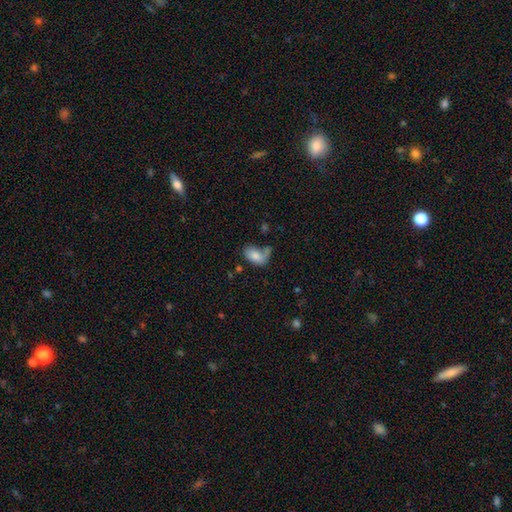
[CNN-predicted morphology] A smooth galaxy with no disk features (79%) that is in between round and cigar-shaped (92%).

Vote fractions:
- Smooth or featured? smooth: 79% / featured or disk: 13% / star or artifact: 8%
- How rounded? in between: 92% / round: 7% / cigar-shaped: 2%
- Merging? none: 41% / minor disturbance: 24% / merger: 20% / major disturbance: 15%